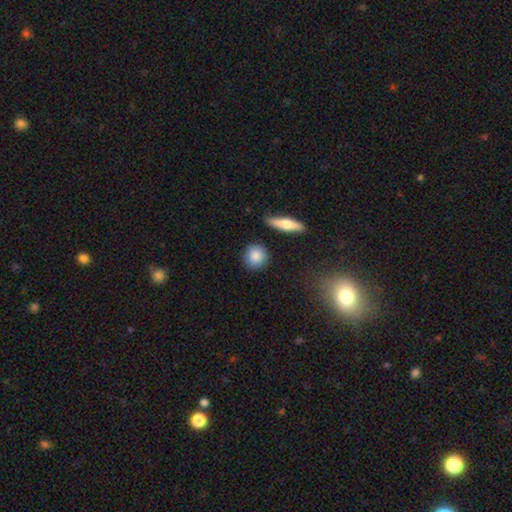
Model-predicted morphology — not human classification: This is clearly a smooth galaxy (86%). How rounded: clearly round (83%). Merging: clearly none (86%).